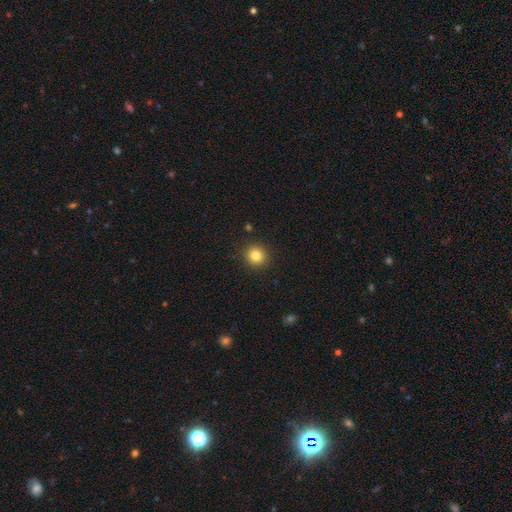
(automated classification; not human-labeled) Overall: smooth (82%). How rounded: round (93%). Merging: none (92%).